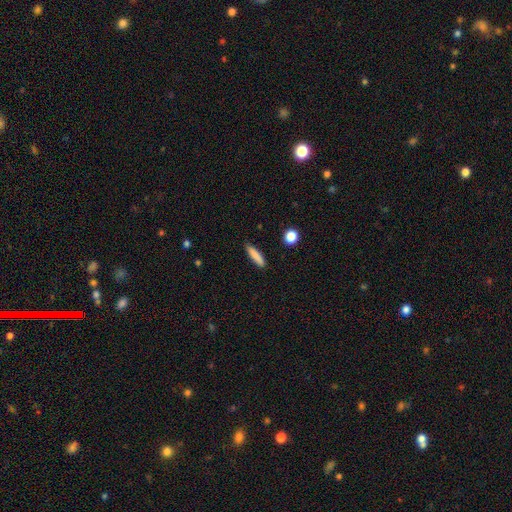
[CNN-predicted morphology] Overall: smooth (85%). How rounded: cigar-shaped (82%). Merging: none (88%).